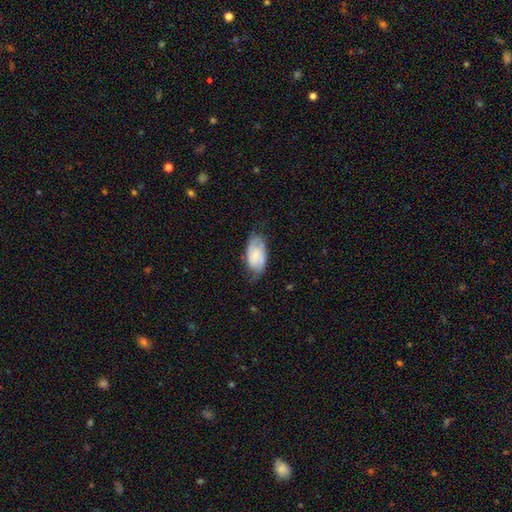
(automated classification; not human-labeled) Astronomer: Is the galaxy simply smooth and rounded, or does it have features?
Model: featured or disk — 61%.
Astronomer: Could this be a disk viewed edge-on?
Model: no — 95%.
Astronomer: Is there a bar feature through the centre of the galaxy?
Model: no — 54% (runner-up: weak, 38%).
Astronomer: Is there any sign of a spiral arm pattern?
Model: yes — 88%.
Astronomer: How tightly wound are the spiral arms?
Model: medium — 44% (runner-up: tight, 37%).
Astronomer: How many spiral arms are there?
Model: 2 — 73%.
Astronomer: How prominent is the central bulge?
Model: small — 60%.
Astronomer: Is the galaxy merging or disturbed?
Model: none — 61%.